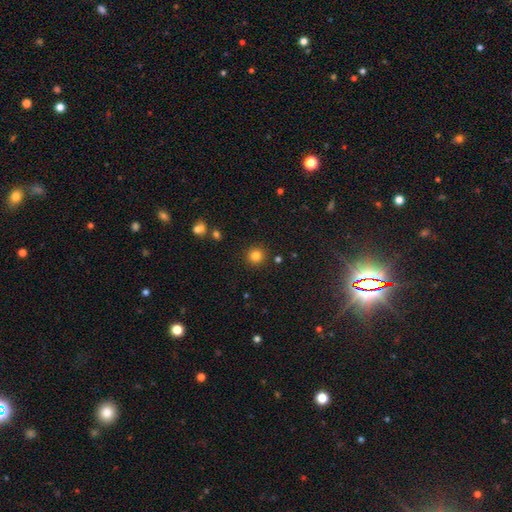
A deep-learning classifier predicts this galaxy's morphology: smooth 82%, star or artifact 13%, featured or disk 5%. Down the decision tree: how rounded — round (94%); merging — none (90%).